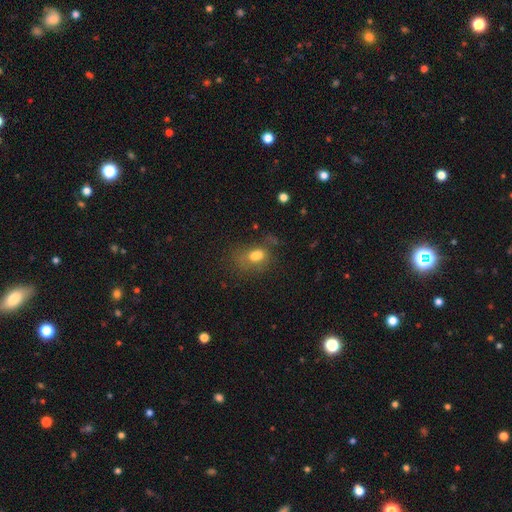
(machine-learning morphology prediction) Q: Smooth or featured?
A: smooth (64%); runner-up: featured or disk (20%)
Q: How rounded?
A: in between (67%); runner-up: round (30%)
Q: Merging?
A: none (33%); runner-up: merger (31%)